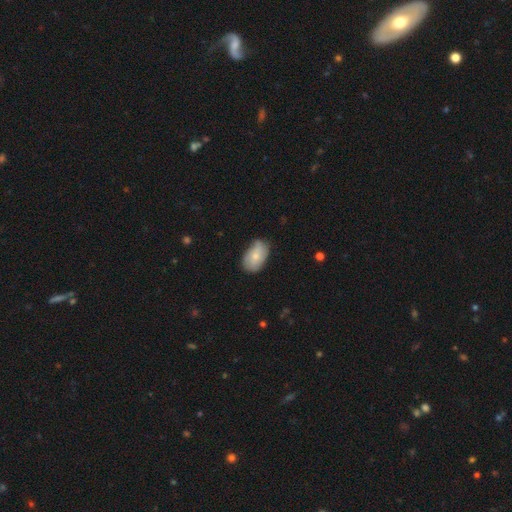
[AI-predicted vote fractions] Smooth or featured? smooth (67%)
How rounded? in between (91%)
Merging? none (61%)